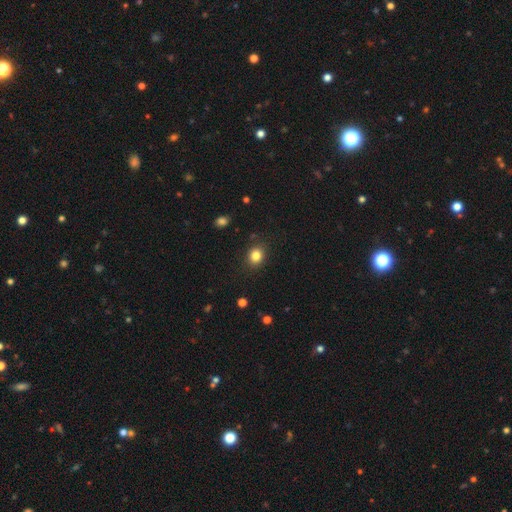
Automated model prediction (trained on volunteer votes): Morphology: type=smooth (83%); roundness=round (68%); merging=none (87%).